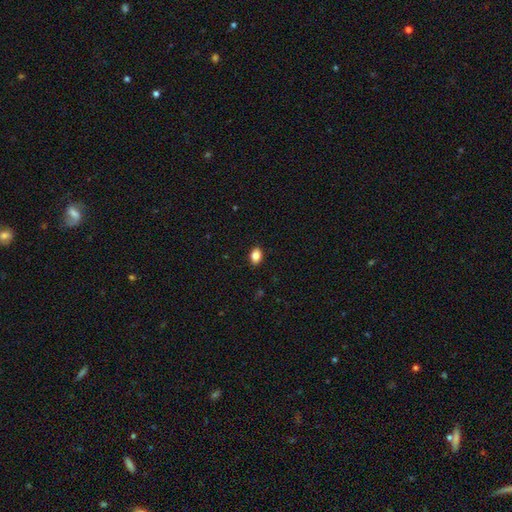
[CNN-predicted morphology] This is clearly a smooth galaxy (85%). How rounded: likely in between (78%). Merging: clearly none (89%).